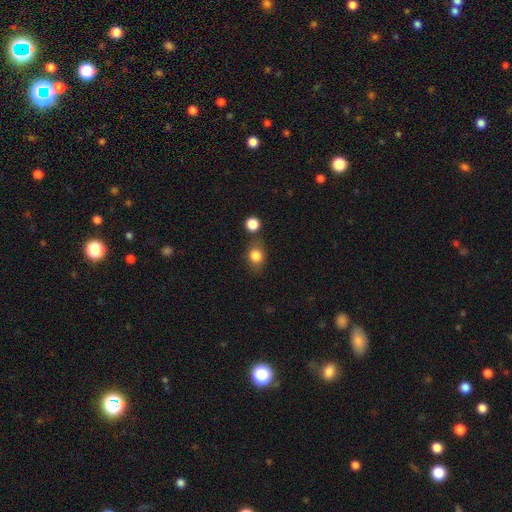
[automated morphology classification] Smooth or featured: smooth — 82% (star or artifact — 10%)
How rounded: round — 56% (in between — 42%)
Merging: none — 69% (minor disturbance — 15%)